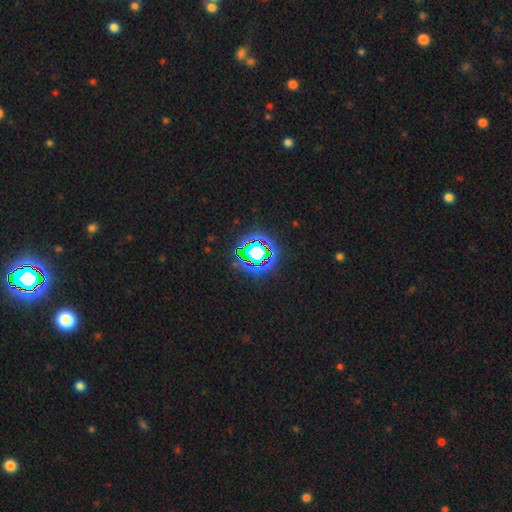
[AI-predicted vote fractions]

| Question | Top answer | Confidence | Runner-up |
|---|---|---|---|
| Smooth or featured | star or artifact | 83% | smooth (11%) |